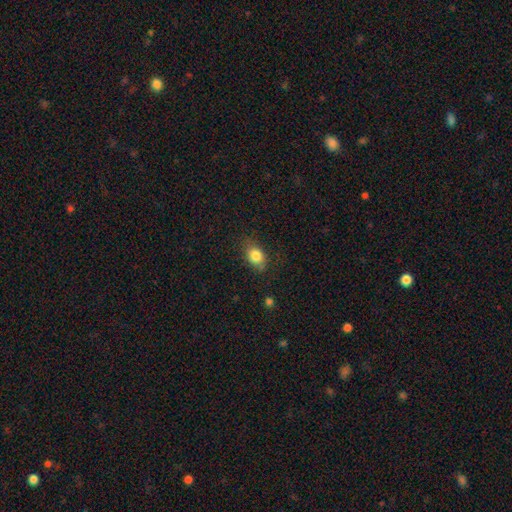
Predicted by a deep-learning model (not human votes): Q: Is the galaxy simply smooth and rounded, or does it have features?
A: smooth — 83%.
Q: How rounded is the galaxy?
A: in between — 61%.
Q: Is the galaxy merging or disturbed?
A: none — 76%.